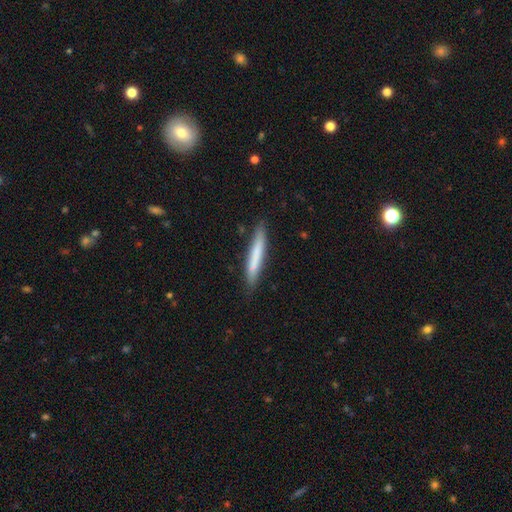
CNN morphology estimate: Smooth or featured? Predicted: smooth (p=0.70). How rounded? Predicted: cigar-shaped (p=0.95). Merging? Predicted: none (p=0.86).